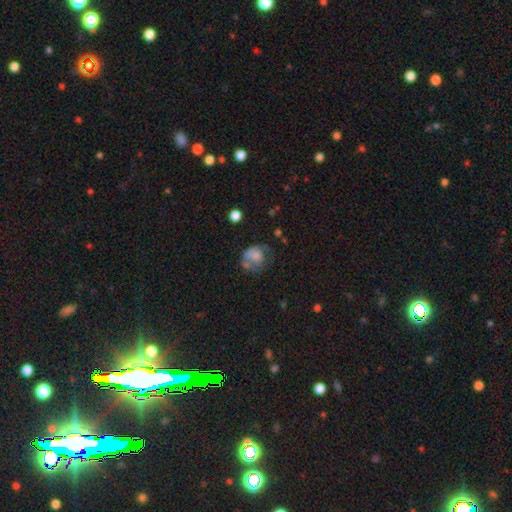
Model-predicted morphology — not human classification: smooth_or_featured: smooth (p=0.56) [alt: featured or disk p=0.33]
how_rounded: round (p=0.58) [alt: in between p=0.41]
merging: none (p=0.34) [alt: major disturbance p=0.29]